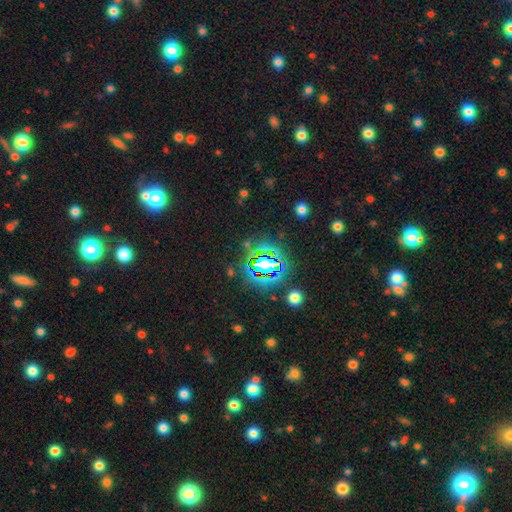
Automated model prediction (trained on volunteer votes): Smooth or featured? star or artifact (79%)